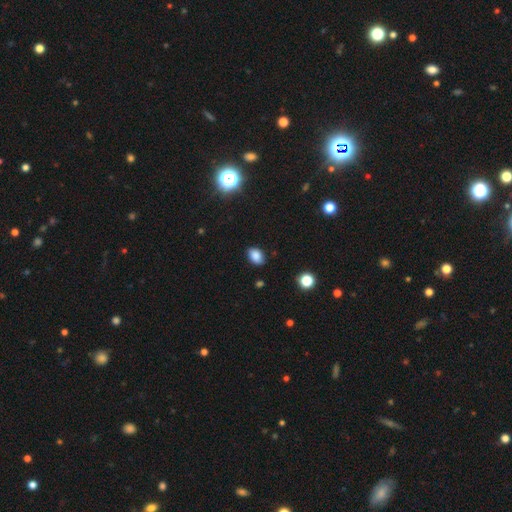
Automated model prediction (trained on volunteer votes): smooth 84%, star or artifact 11%, featured or disk 5%. Down the decision tree: how rounded — in between (80%); merging — none (84%).